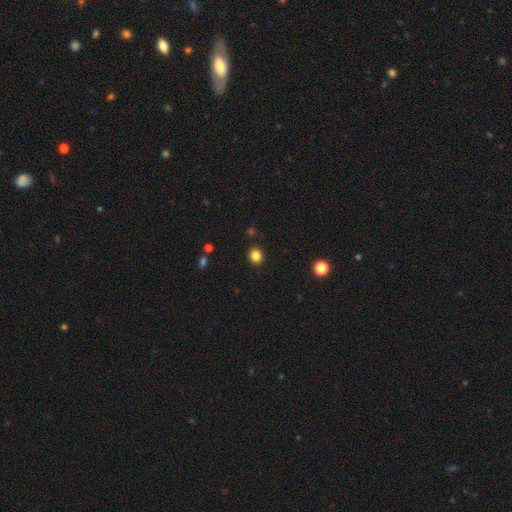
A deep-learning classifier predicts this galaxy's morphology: smooth_or_featured: smooth (p=0.84) [alt: star or artifact p=0.12]
how_rounded: round (p=0.83) [alt: in between p=0.16]
merging: none (p=0.91) [alt: minor disturbance p=0.06]